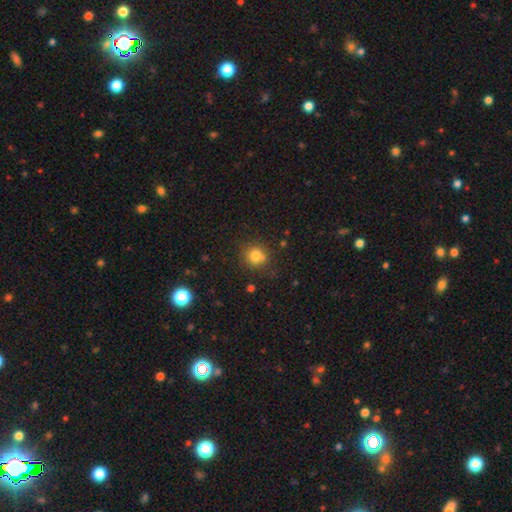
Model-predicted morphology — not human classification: Q: Smooth or featured?
A: smooth (78%); runner-up: star or artifact (13%)
Q: How rounded?
A: round (83%); runner-up: in between (16%)
Q: Merging?
A: none (69%); runner-up: minor disturbance (15%)